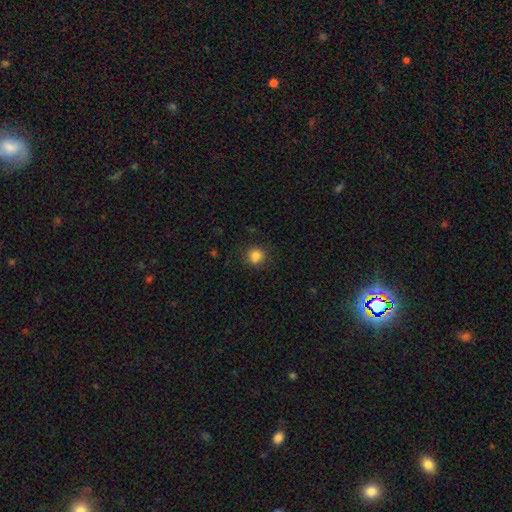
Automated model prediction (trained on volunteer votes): This is clearly a smooth galaxy (82%). How rounded: clearly round (89%). Merging: clearly none (81%).